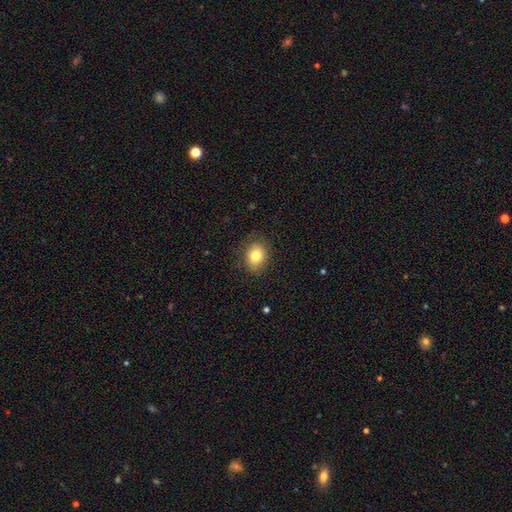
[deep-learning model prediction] Smooth or featured: smooth — 81% (star or artifact — 9%)
How rounded: in between — 54% (round — 45%)
Merging: none — 82% (minor disturbance — 13%)